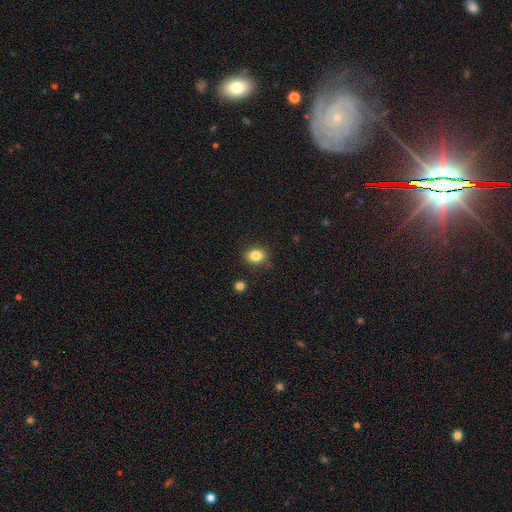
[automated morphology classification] A smooth galaxy with no disk features (84%) that is in between round and cigar-shaped (58%). Merging: none (84%).